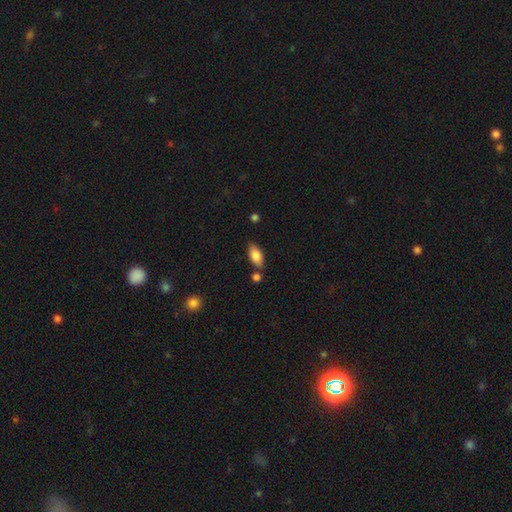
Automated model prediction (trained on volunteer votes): Smooth or featured: smooth — 84% (featured or disk — 9%)
How rounded: in between — 89% (cigar-shaped — 9%)
Merging: none — 76% (minor disturbance — 13%)